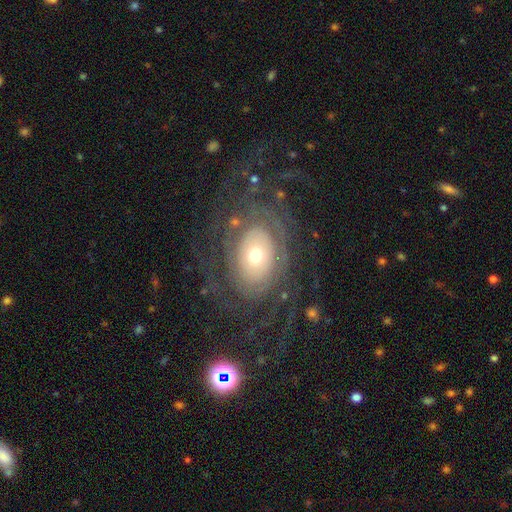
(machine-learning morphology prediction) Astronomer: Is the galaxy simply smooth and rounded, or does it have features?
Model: featured or disk — 78%.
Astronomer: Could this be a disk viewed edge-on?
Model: no — 96%.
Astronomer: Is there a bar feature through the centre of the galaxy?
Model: no — 85%.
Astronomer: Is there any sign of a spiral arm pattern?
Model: yes — 80%.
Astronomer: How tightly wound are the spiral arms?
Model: tight — 66%.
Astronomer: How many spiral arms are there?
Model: can't tell — 44%.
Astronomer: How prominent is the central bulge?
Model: moderate — 56% (runner-up: small, 31%).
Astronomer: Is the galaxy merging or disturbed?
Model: none — 69%.